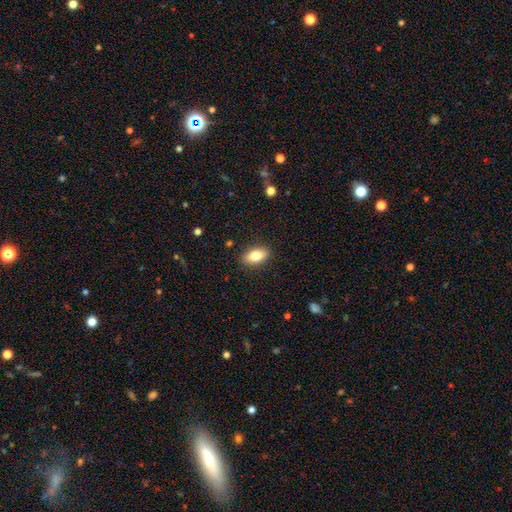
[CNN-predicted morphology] type=smooth (81%); roundness=in between (88%); merging=none (88%).